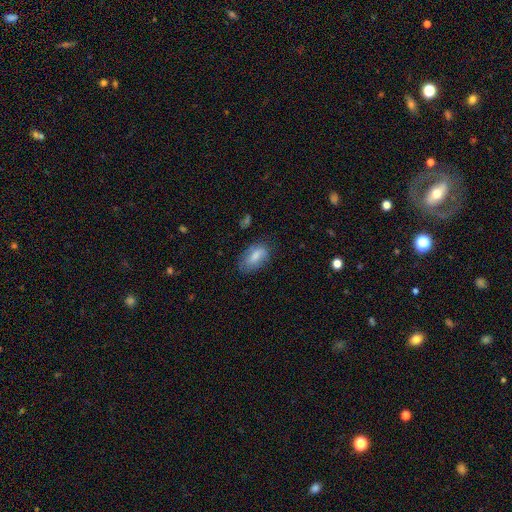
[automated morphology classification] Smooth or featured?
  - smooth: 78% *
  - featured or disk: 15%
  - star or artifact: 7%
How rounded?
  - in between: 91% *
  - cigar-shaped: 5%
  - round: 4%
Merging?
  - none: 66% *
  - minor disturbance: 25%
  - major disturbance: 8%
  - merger: 2%